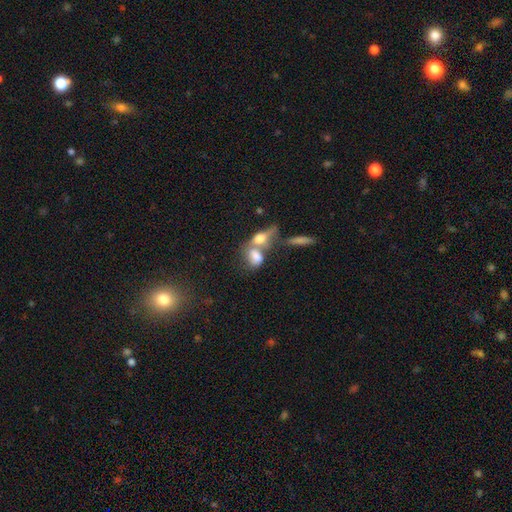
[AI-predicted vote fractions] Smooth or featured: smooth — 68% (featured or disk — 21%)
How rounded: in between — 77% (round — 16%)
Merging: merger — 62% (none — 21%)